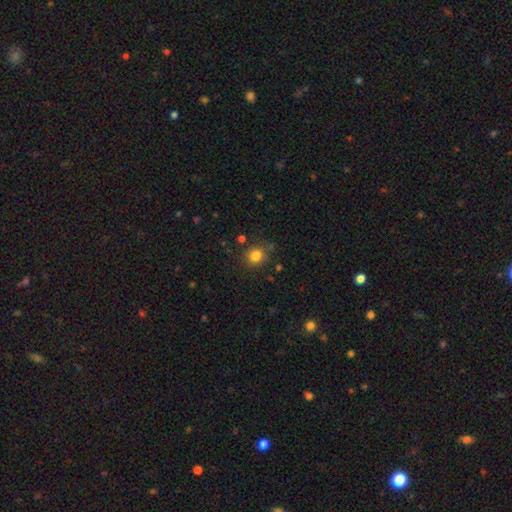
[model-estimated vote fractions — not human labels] smooth 82%, star or artifact 12%, featured or disk 6%. Down the decision tree: how rounded — round (86%); merging — none (83%).